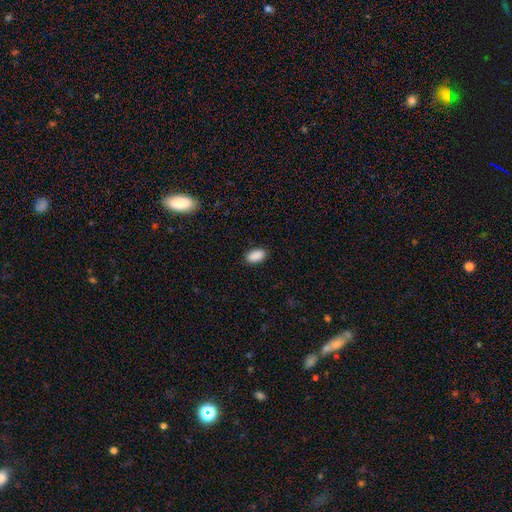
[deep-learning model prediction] Q: Smooth or featured?
A: smooth (90%); runner-up: star or artifact (7%)
Q: How rounded?
A: in between (94%); runner-up: round (4%)
Q: Merging?
A: none (88%); runner-up: minor disturbance (9%)